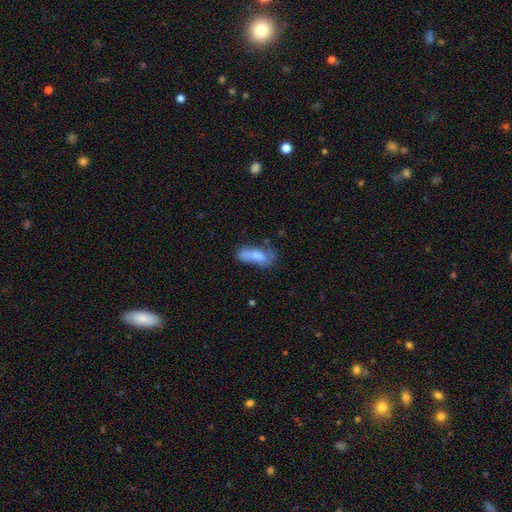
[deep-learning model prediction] Smooth or featured? smooth (68%)
How rounded? in between (71%)
Merging? none (40%)